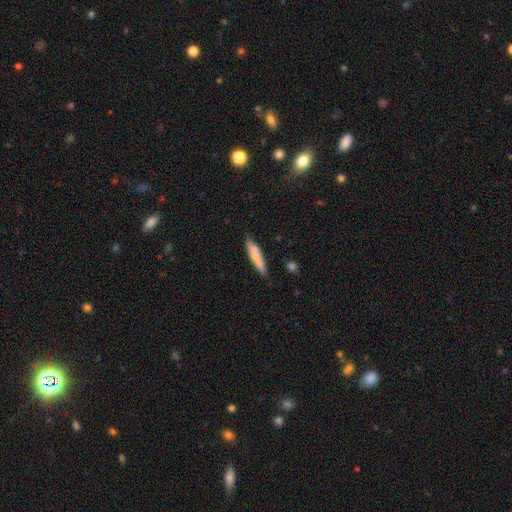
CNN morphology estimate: type=smooth (75%); roundness=cigar-shaped (86%); merging=none (81%).